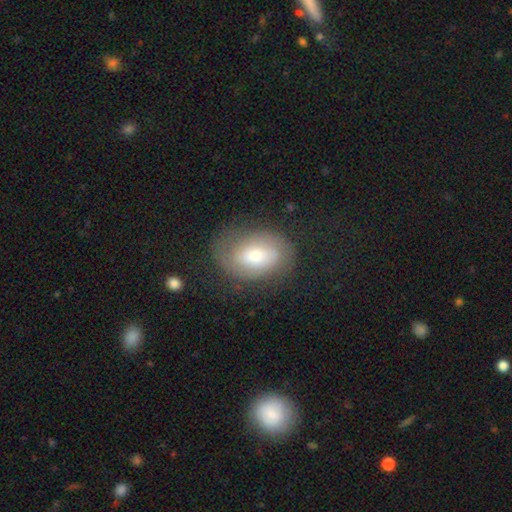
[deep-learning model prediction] smooth_or_featured: featured or disk (p=0.47) [alt: smooth p=0.44]
merging: none (p=0.66) [alt: minor disturbance p=0.20]